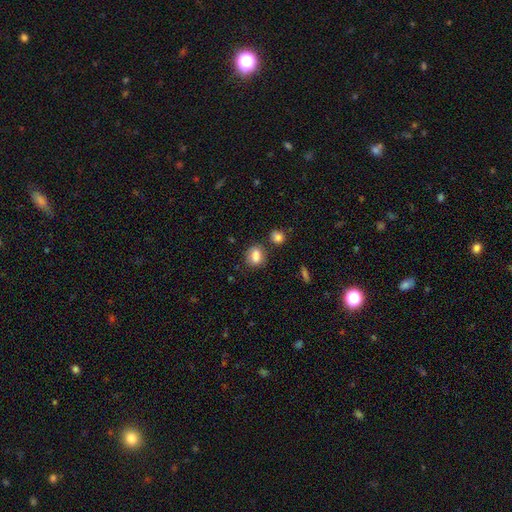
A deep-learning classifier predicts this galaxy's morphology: smooth-or-featured: smooth: 82% | star or artifact: 9% | featured or disk: 9%
  how-rounded: in between: 62% | round: 36% | cigar-shaped: 2%
  merging: none: 69% | minor disturbance: 17% | merger: 9% | major disturbance: 5%